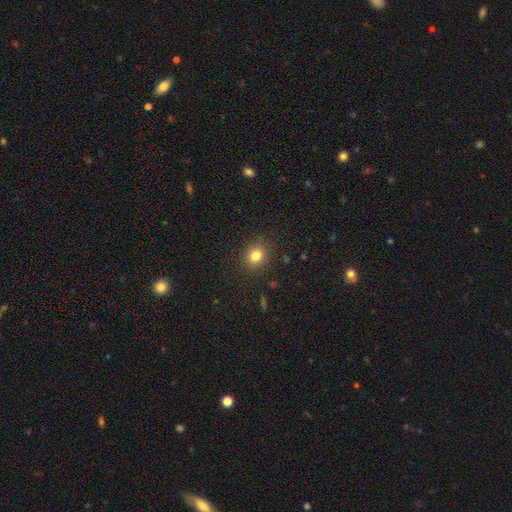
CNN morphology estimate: Q: Smooth or featured?
A: smooth (81%); runner-up: star or artifact (12%)
Q: How rounded?
A: round (75%); runner-up: in between (25%)
Q: Merging?
A: none (88%); runner-up: minor disturbance (8%)